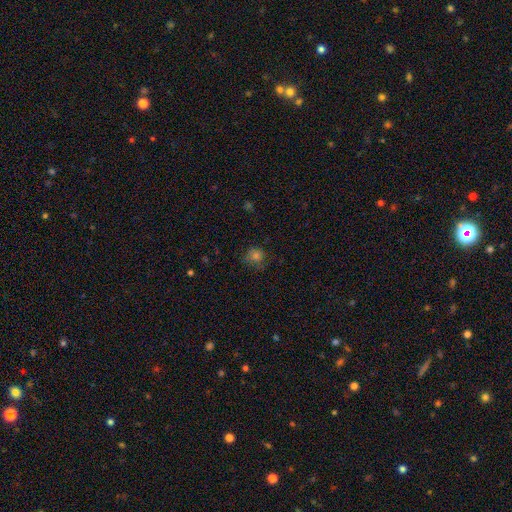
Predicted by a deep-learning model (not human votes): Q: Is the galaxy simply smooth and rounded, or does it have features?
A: smooth — 71%.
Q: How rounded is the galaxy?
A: round — 82%.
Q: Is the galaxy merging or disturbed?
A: none — 70%.